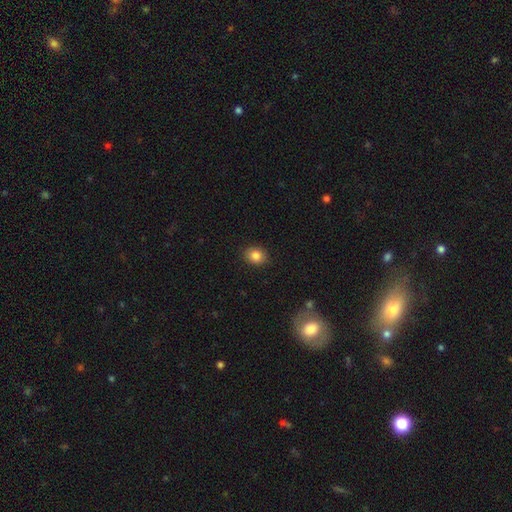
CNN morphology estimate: The model was most divided on "how rounded": round: 59%, in between: 40%, cigar-shaped: 1%. More confident: merging — none (89%); smooth or featured — smooth (84%).